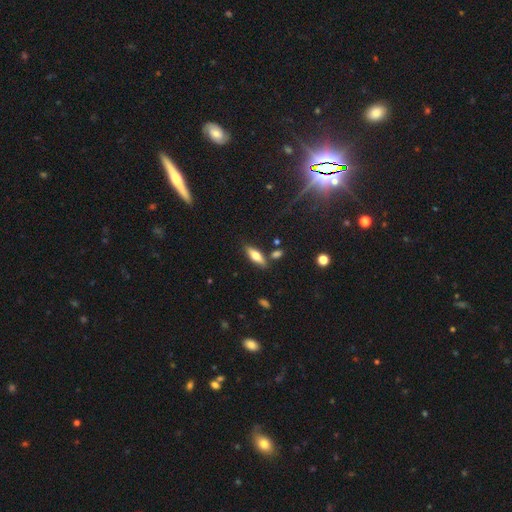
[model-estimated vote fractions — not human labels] A smooth galaxy with no disk features (60%) that is in between round and cigar-shaped (52%). Merging: none (80%).